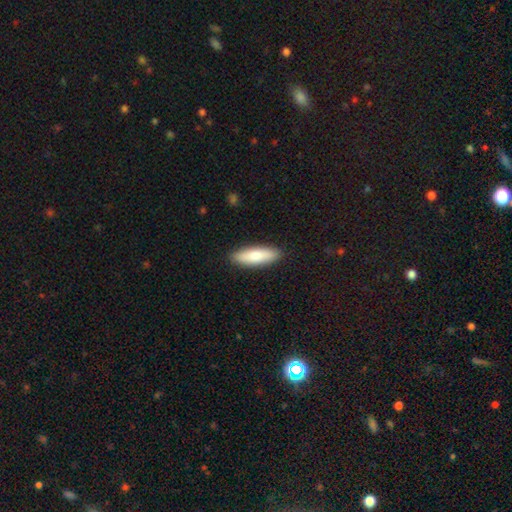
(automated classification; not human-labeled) A smooth galaxy with no disk features (81%) that is cigar-shaped (51%).

Vote fractions:
- Smooth or featured? smooth: 81% / featured or disk: 14% / star or artifact: 5%
- How rounded? cigar-shaped: 51% / in between: 47% / round: 2%
- Merging? none: 90% / minor disturbance: 8% / major disturbance: 2% / merger: 1%